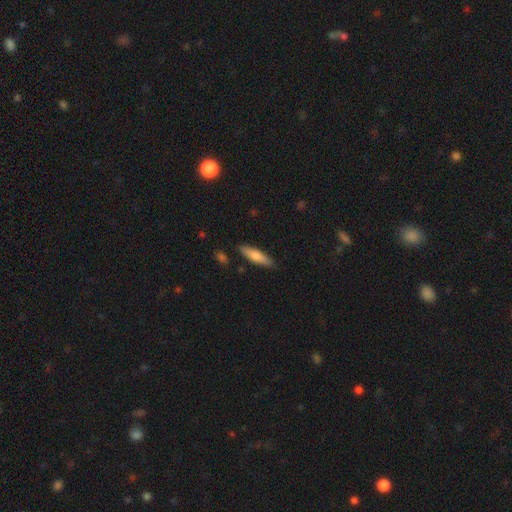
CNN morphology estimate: Smooth or featured? smooth (70%)
How rounded? cigar-shaped (72%)
Merging? none (87%)